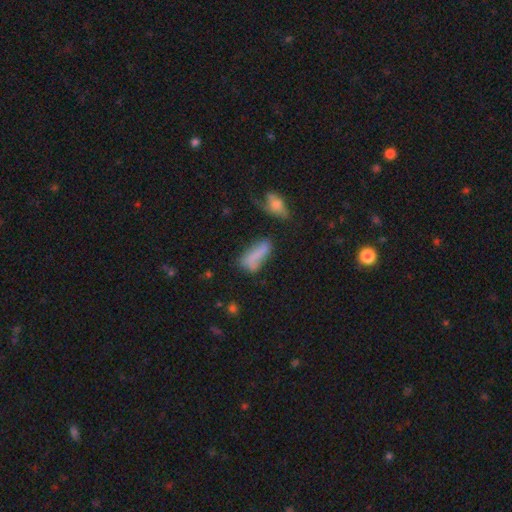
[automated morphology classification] A smooth galaxy with no disk features (70%) that is in between round and cigar-shaped (53%). Merging: none (47%).